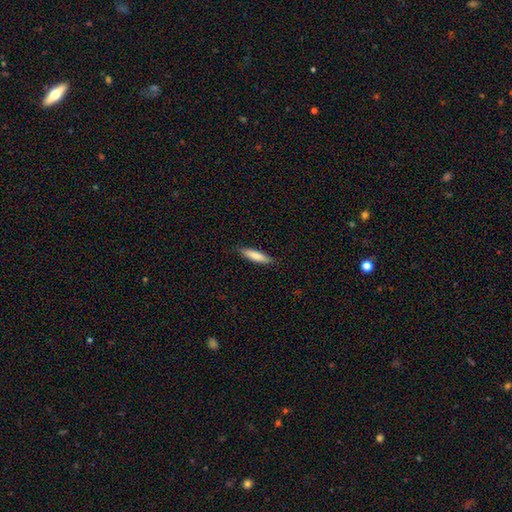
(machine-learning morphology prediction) type=smooth (82%); roundness=cigar-shaped (74%); merging=none (86%).